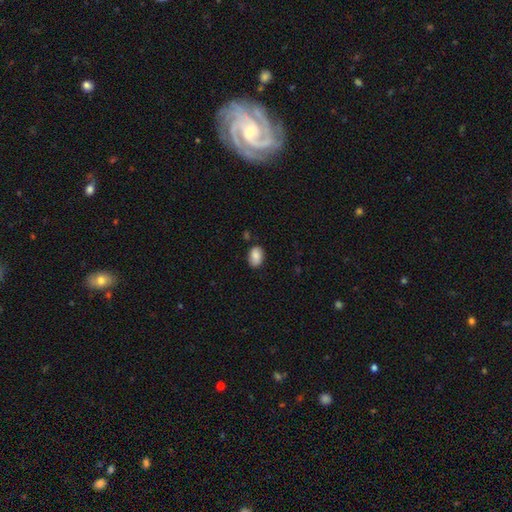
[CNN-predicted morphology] A smooth galaxy with no disk features (85%) that is in between round and cigar-shaped (89%).

Vote fractions:
- Smooth or featured? smooth: 85% / featured or disk: 8% / star or artifact: 7%
- How rounded? in between: 89% / round: 10% / cigar-shaped: 1%
- Merging? none: 80% / minor disturbance: 15% / major disturbance: 3% / merger: 2%